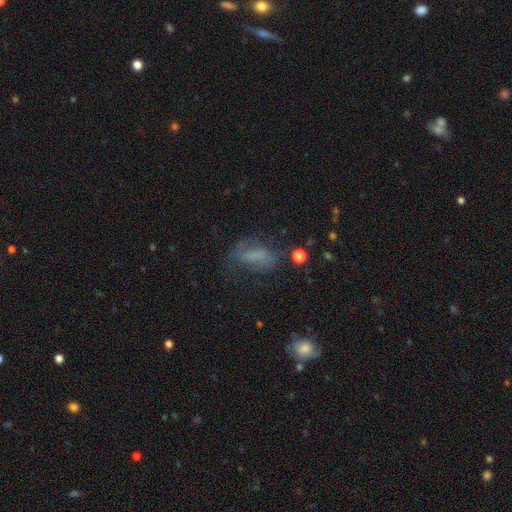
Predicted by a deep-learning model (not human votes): smooth-or-featured: smooth: 52% | featured or disk: 30% | star or artifact: 18%
  how-rounded: in between: 71% | cigar-shaped: 22% | round: 7%
  merging: none: 45% | major disturbance: 26% | minor disturbance: 24% | merger: 5%